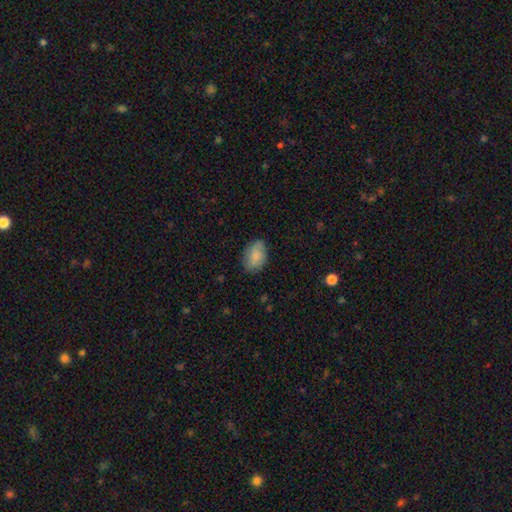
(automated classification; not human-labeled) smooth_or_featured: smooth (p=0.78) [alt: featured or disk p=0.14]
how_rounded: in between (p=0.88) [alt: round p=0.11]
merging: none (p=0.74) [alt: minor disturbance p=0.20]